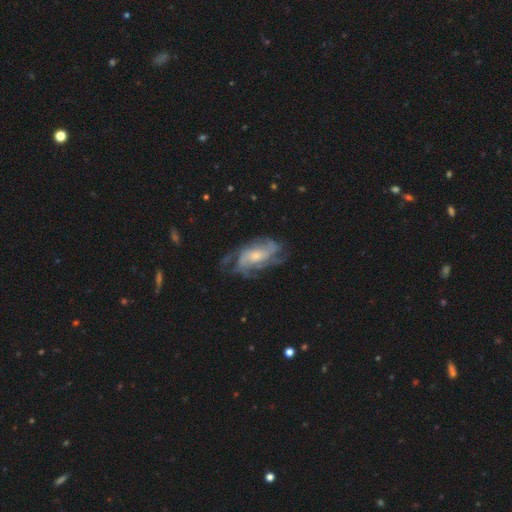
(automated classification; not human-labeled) Smooth or featured: featured or disk — 81% (smooth — 13%)
Edge-on disk: no — 94% (yes — 6%)
Bar: no — 66% (weak — 27%)
Spiral arms: yes — 91% (no — 9%)
Spiral winding: medium — 42% (tight — 40%)
Spiral arm count: can't tell — 33% (3 — 19%)
Bulge size: small — 47% (moderate — 42%)
Merging: none — 62% (minor disturbance — 21%)